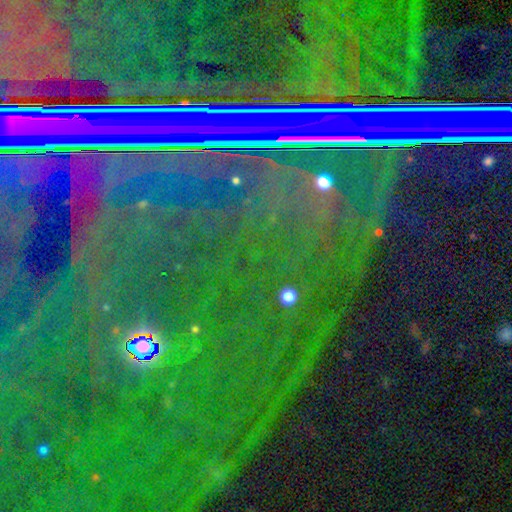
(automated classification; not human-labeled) The model was most divided on "smooth or featured": star or artifact: 85%, featured or disk: 9%, smooth: 6%.